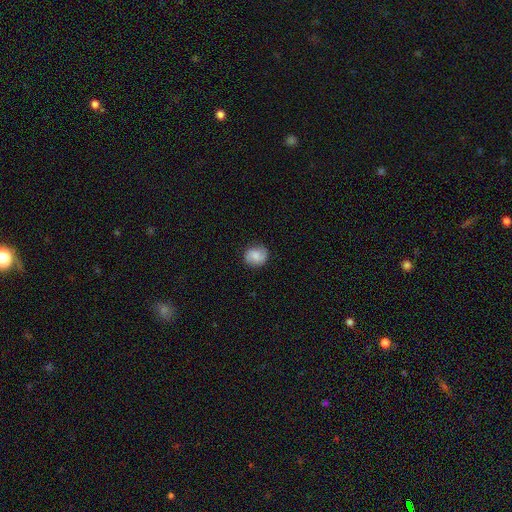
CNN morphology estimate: Smooth or featured: smooth — 70% (featured or disk — 22%)
How rounded: round — 77% (in between — 22%)
Merging: none — 82% (minor disturbance — 14%)